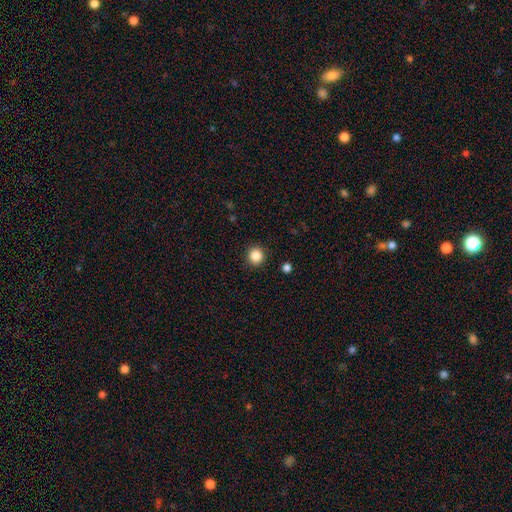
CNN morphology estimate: Smooth or featured? smooth (86%)
How rounded? round (94%)
Merging? none (91%)